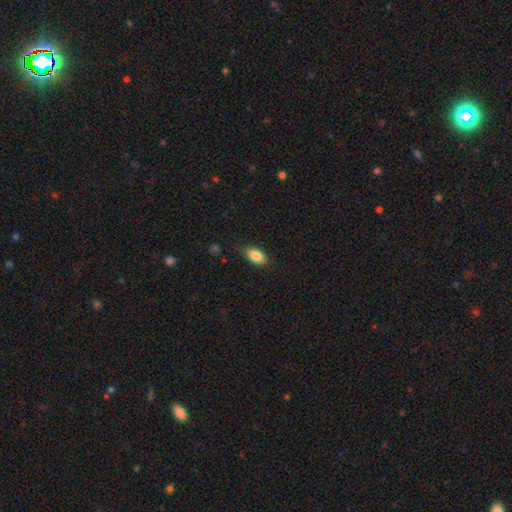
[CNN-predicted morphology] Smooth or featured?
  - smooth: 86% *
  - star or artifact: 8%
  - featured or disk: 7%
How rounded?
  - in between: 90% *
  - round: 6%
  - cigar-shaped: 4%
Merging?
  - none: 81% *
  - minor disturbance: 15%
  - major disturbance: 3%
  - merger: 1%